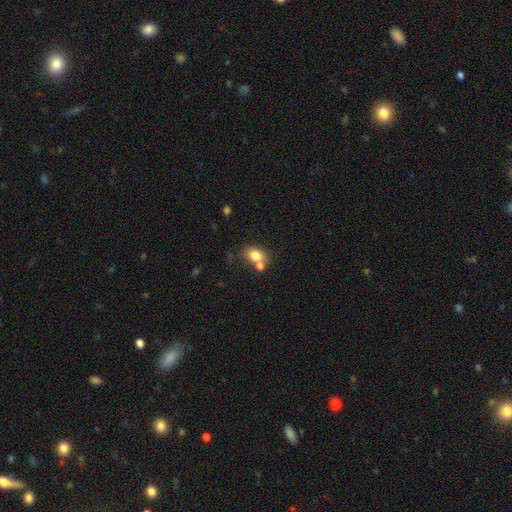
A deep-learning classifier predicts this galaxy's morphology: Smooth or featured: smooth — 78% (featured or disk — 12%)
How rounded: in between — 65% (round — 34%)
Merging: none — 50% (merger — 33%)